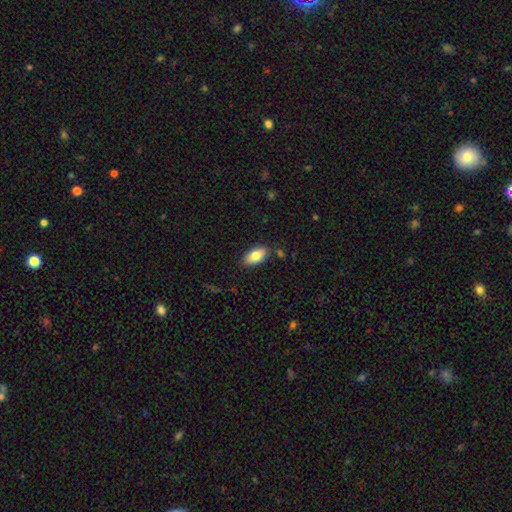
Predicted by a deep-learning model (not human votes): Smooth or featured? Predicted: smooth (p=0.80). How rounded? Predicted: in between (p=0.91). Merging? Predicted: none (p=0.86).